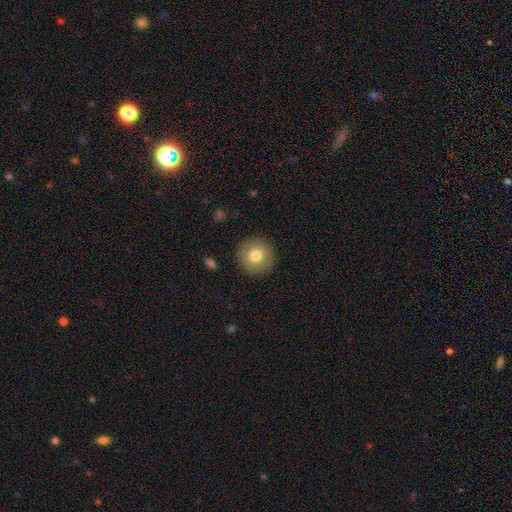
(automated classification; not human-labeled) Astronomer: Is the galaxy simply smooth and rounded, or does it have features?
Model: smooth — 76%.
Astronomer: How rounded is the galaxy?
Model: round — 94%.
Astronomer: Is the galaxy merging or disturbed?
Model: none — 89%.